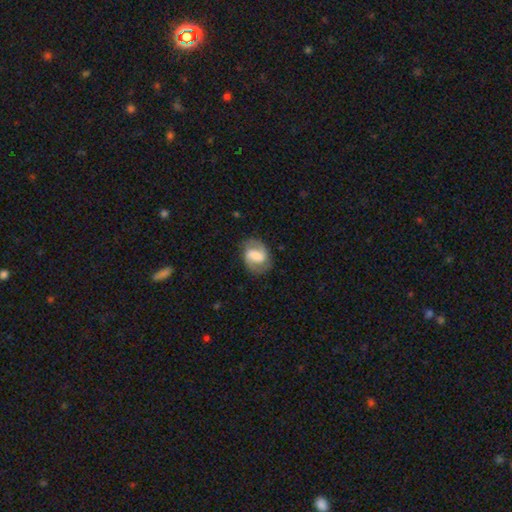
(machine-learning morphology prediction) Smooth or featured? Predicted: featured or disk (p=0.66). Edge-on disk? Predicted: no (p=0.97). Bar? Predicted: strong (p=0.42, tied with weak). Spiral arms? Predicted: yes (p=0.87). Spiral winding? Predicted: medium (p=0.50). Spiral arm count? Predicted: 2 (p=0.88). Bulge size? Predicted: moderate (p=0.30). Merging? Predicted: none (p=0.77).